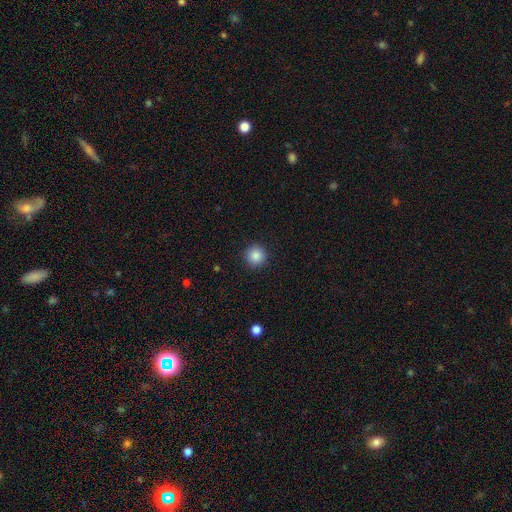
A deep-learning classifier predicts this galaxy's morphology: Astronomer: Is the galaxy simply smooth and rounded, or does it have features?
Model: smooth — 86%.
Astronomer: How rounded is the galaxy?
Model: round — 95%.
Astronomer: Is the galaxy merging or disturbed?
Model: none — 92%.